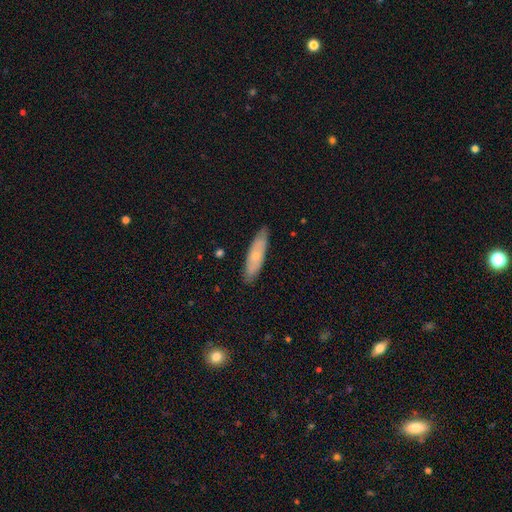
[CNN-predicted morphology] Smooth or featured? Predicted: smooth (p=0.65). How rounded? Predicted: cigar-shaped (p=0.69). Merging? Predicted: none (p=0.86).